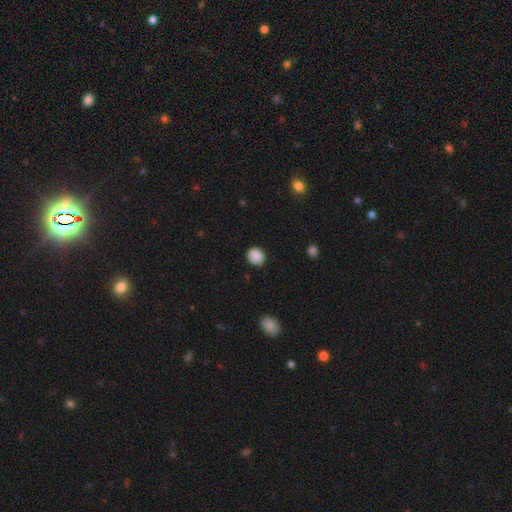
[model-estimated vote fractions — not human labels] Q: Smooth or featured?
A: smooth (88%); runner-up: star or artifact (9%)
Q: How rounded?
A: round (67%); runner-up: in between (32%)
Q: Merging?
A: none (79%); runner-up: minor disturbance (16%)